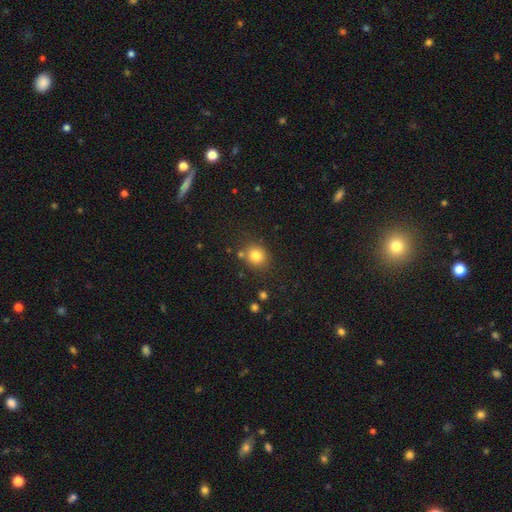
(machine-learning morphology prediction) Smooth or featured: smooth — 81% (star or artifact — 12%)
How rounded: round — 81% (in between — 18%)
Merging: none — 77% (minor disturbance — 11%)